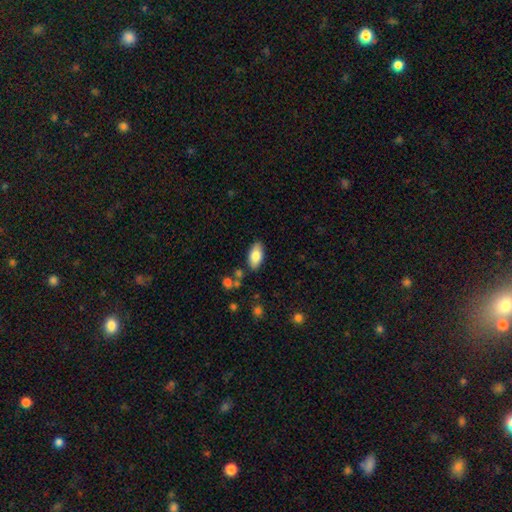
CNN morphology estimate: smooth_or_featured: smooth (p=0.78) [alt: featured or disk p=0.15]
how_rounded: in between (p=0.91) [alt: cigar-shaped p=0.06]
merging: none (p=0.84) [alt: minor disturbance p=0.11]